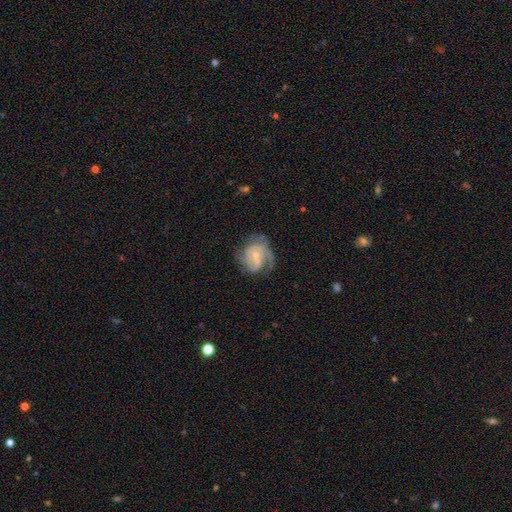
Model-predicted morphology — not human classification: Smooth or featured: featured or disk — 78% (smooth — 16%)
Edge-on disk: no — 98% (yes — 2%)
Bar: no — 63% (weak — 30%)
Spiral arms: yes — 92% (no — 8%)
Spiral winding: medium — 44% (tight — 37%)
Spiral arm count: 2 — 42% (can't tell — 19%)
Bulge size: small — 67% (moderate — 27%)
Merging: none — 57% (minor disturbance — 22%)